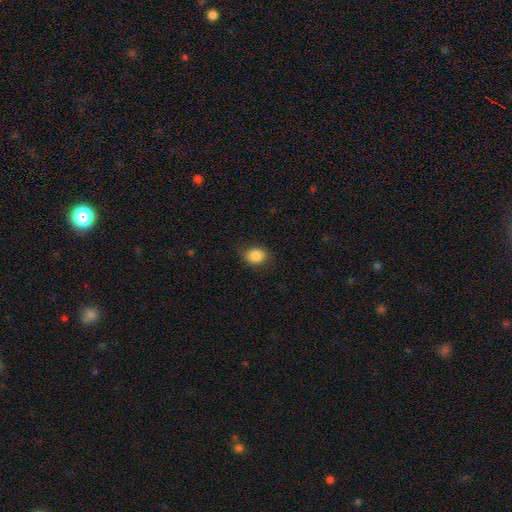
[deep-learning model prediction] smooth-or-featured: smooth: 86% | star or artifact: 9% | featured or disk: 5%
  how-rounded: round: 51% | in between: 48% | cigar-shaped: 1%
  merging: none: 78% | minor disturbance: 17% | major disturbance: 4% | merger: 1%